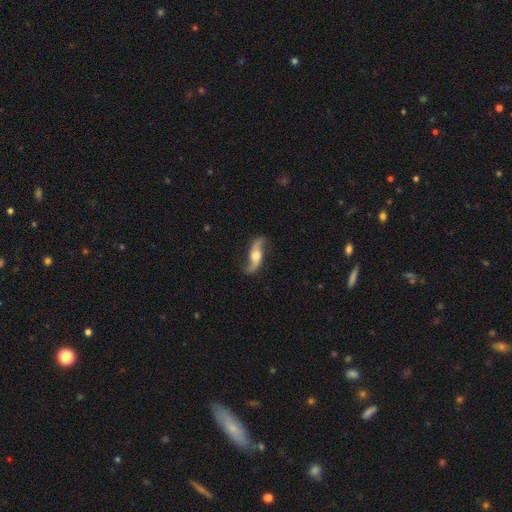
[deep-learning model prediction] Morphology: type=featured or disk (82%); edge-on=no (83%); bar=no (61%); spiral arms=yes (94%); winding=loose (86%); arm count=2 (94%); bulge=moderate (65%); merging=none (79%).